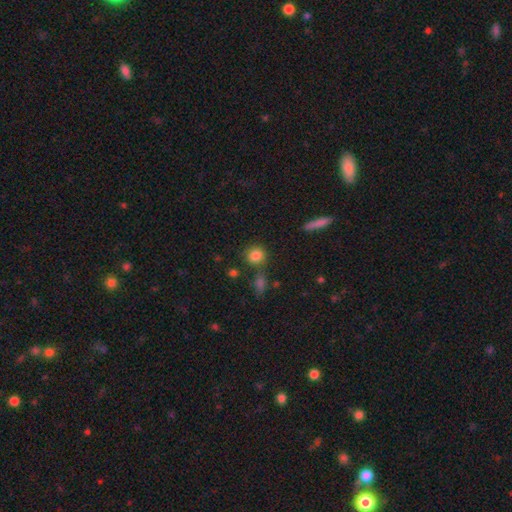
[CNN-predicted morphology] A smooth galaxy with no disk features (84%) that is round (82%).

Vote fractions:
- Smooth or featured? smooth: 84% / star or artifact: 10% / featured or disk: 6%
- How rounded? round: 82% / in between: 16% / cigar-shaped: 2%
- Merging? none: 76% / minor disturbance: 11% / merger: 10% / major disturbance: 4%